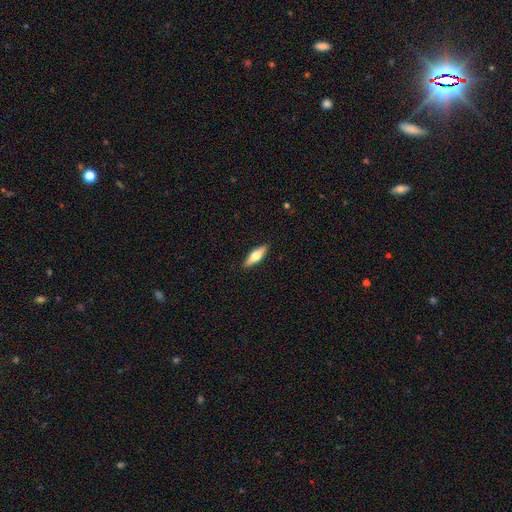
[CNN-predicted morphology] Smooth or featured? smooth (51%)
How rounded? cigar-shaped (52%)
Merging? none (90%)